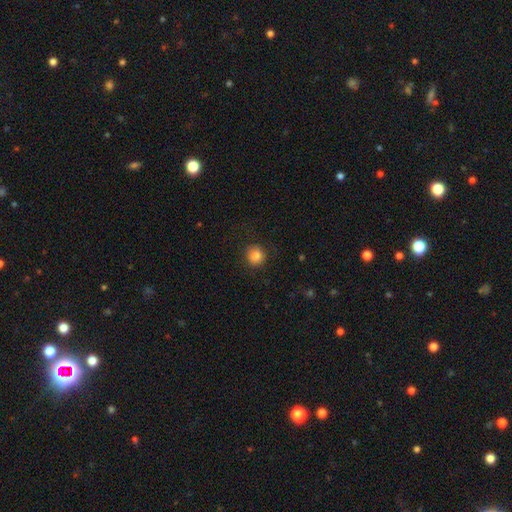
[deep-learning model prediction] A smooth galaxy with no disk features (85%) that is round (91%). Merging: none (88%).